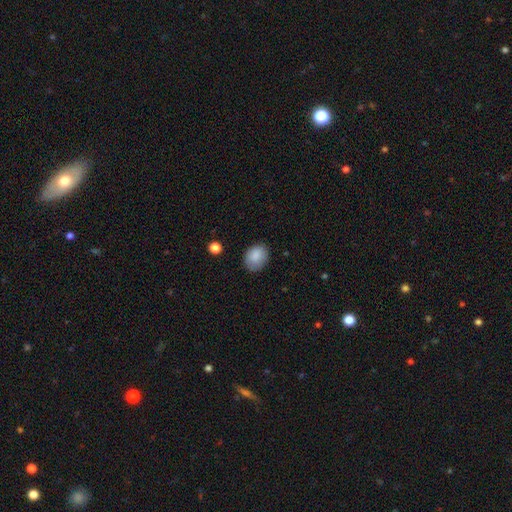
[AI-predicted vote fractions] This is clearly a smooth galaxy (87%). How rounded: likely in between (63%). Merging: likely none (78%).